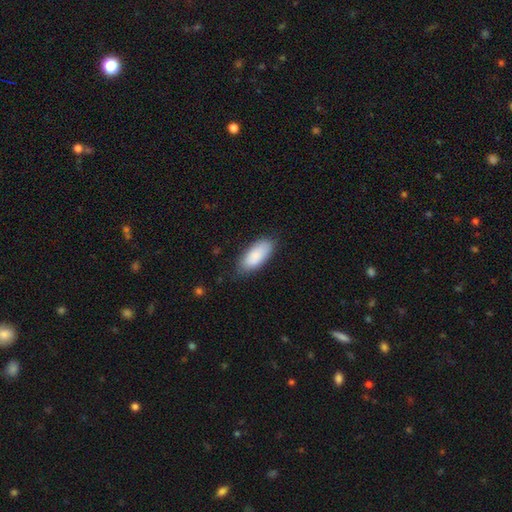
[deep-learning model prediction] Smooth or featured: smooth — 85% (featured or disk — 9%)
How rounded: in between — 88% (cigar-shaped — 10%)
Merging: none — 79% (minor disturbance — 17%)